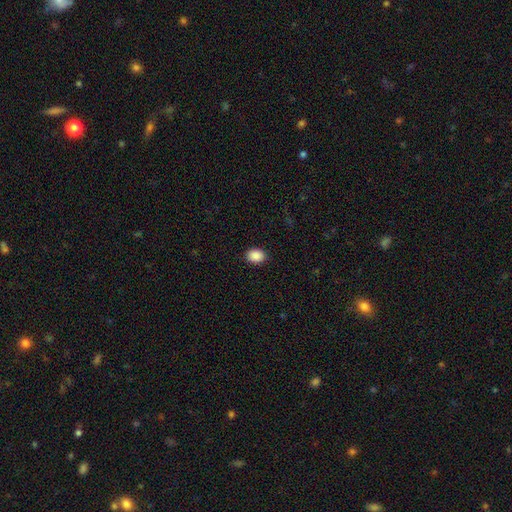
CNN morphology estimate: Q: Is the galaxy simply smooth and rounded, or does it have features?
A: smooth — 89%.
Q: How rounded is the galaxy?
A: in between — 63%.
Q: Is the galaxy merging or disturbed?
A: none — 90%.